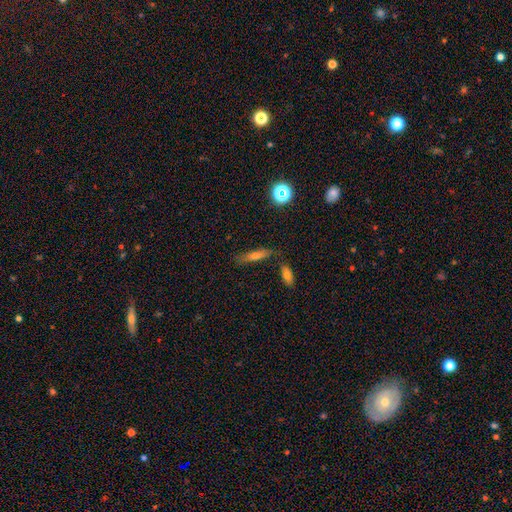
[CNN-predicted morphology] Q: Smooth or featured?
A: smooth (52%); runner-up: featured or disk (33%)
Q: How rounded?
A: cigar-shaped (72%); runner-up: in between (24%)
Q: Merging?
A: none (77%); runner-up: minor disturbance (13%)